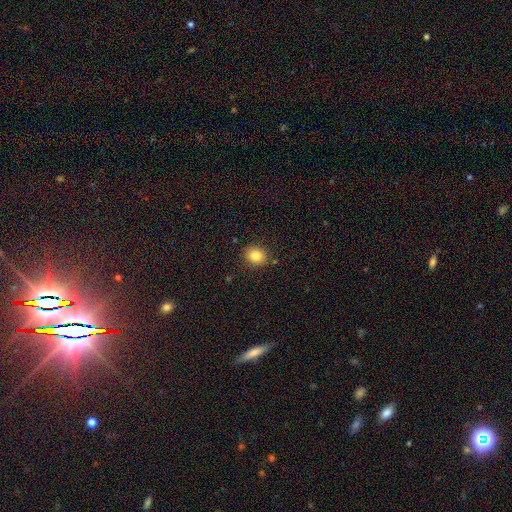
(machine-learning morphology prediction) A smooth galaxy with no disk features (83%) that is round (76%). Merging: none (88%).